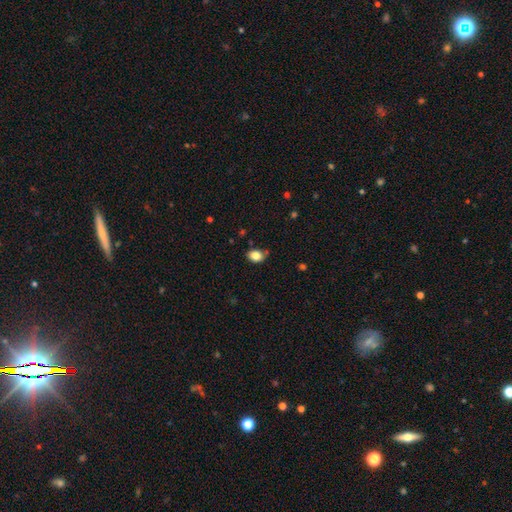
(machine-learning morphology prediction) Q: Smooth or featured?
A: smooth (85%); runner-up: star or artifact (9%)
Q: How rounded?
A: in between (69%); runner-up: round (30%)
Q: Merging?
A: none (74%); runner-up: minor disturbance (19%)